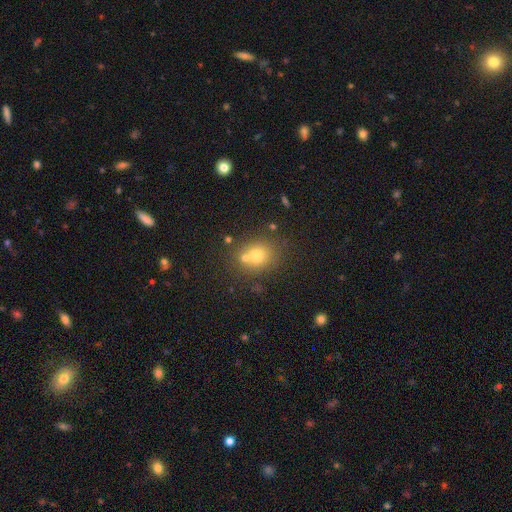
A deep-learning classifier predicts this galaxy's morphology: Smooth or featured: smooth — 73% (star or artifact — 15%)
How rounded: round — 69% (in between — 30%)
Merging: none — 60% (merger — 23%)